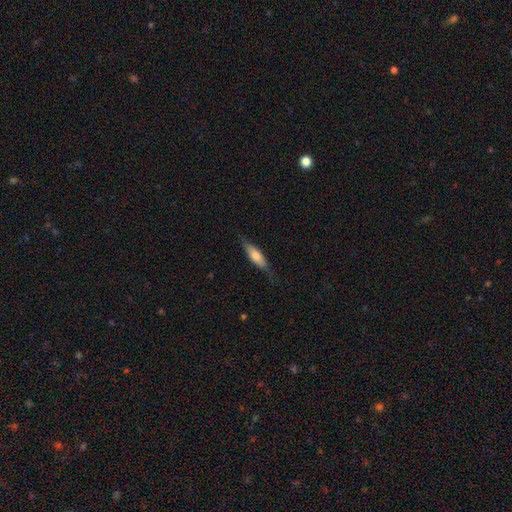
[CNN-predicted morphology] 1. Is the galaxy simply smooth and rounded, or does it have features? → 62% smooth, 32% featured or disk, 6% star or artifact.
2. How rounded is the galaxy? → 50% cigar-shaped, 48% in between, 2% round.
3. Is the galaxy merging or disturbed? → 72% none, 21% minor disturbance, 6% major disturbance, 1% merger.